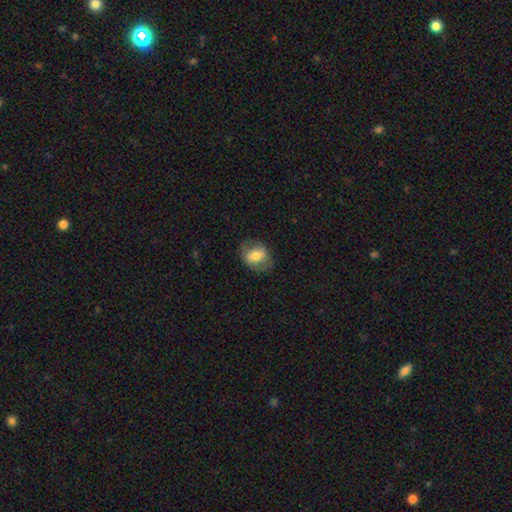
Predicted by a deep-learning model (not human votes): A smooth galaxy with no disk features (58%) that is in between round and cigar-shaped (65%).

Vote fractions:
- Smooth or featured? smooth: 58% / featured or disk: 35% / star or artifact: 8%
- How rounded? in between: 65% / round: 33% / cigar-shaped: 2%
- Merging? none: 74% / minor disturbance: 17% / major disturbance: 8% / merger: 1%